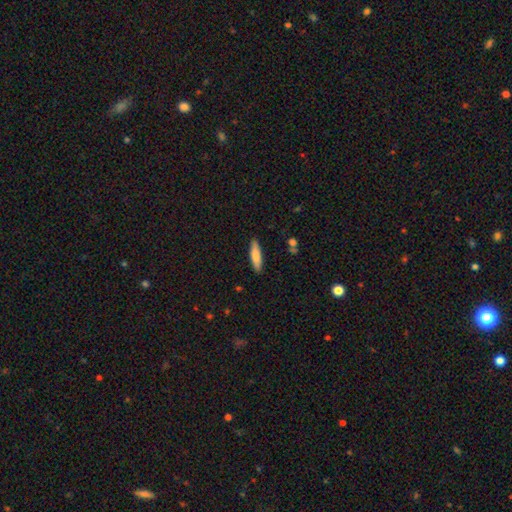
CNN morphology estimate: Smooth or featured: smooth — 82% (featured or disk — 12%)
How rounded: cigar-shaped — 70% (in between — 29%)
Merging: none — 88% (minor disturbance — 8%)